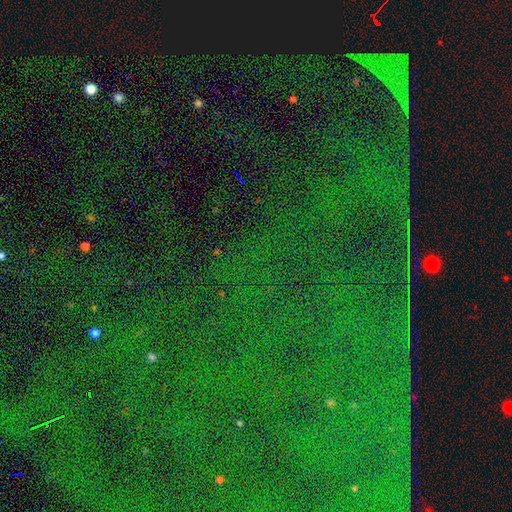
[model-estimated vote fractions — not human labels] The model was most divided on "smooth or featured": star or artifact: 86%, smooth: 7%, featured or disk: 7%.